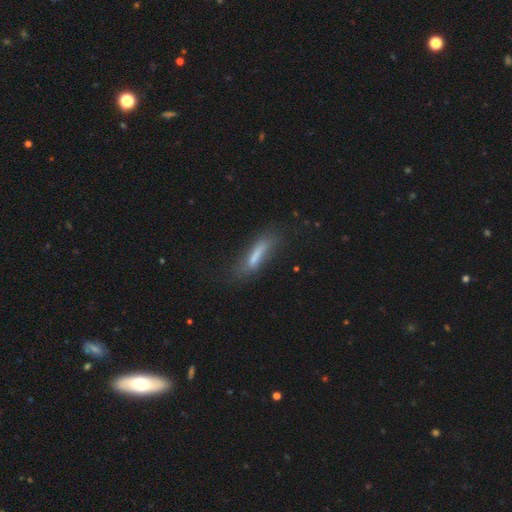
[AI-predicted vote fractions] Smooth or featured?
  - smooth: 59% *
  - featured or disk: 30%
  - star or artifact: 11%
How rounded?
  - cigar-shaped: 79% *
  - in between: 20%
  - round: 2%
Merging?
  - none: 60% *
  - minor disturbance: 24%
  - major disturbance: 12%
  - merger: 4%